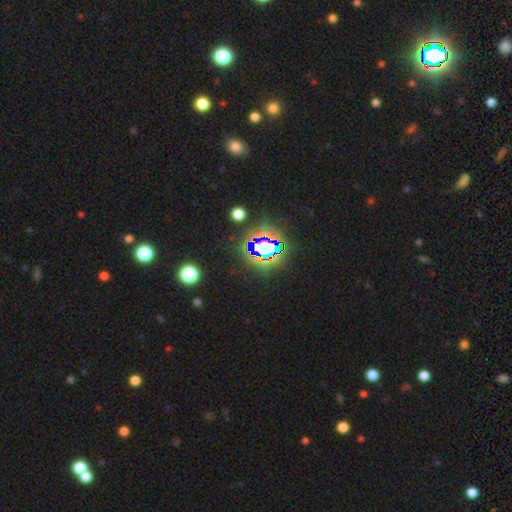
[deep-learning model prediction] smooth-or-featured: star or artifact: 77% | smooth: 15% | featured or disk: 8%